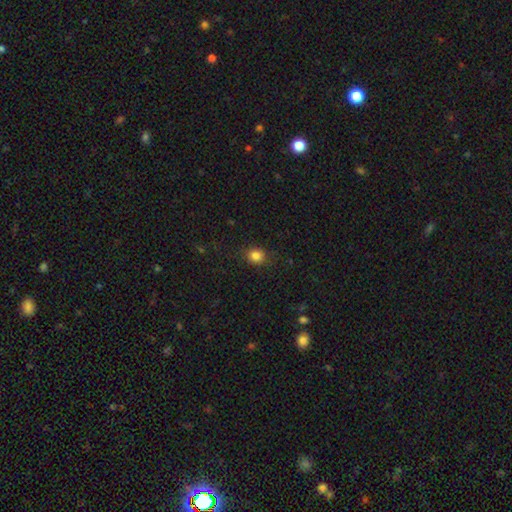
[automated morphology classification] Smooth or featured: smooth — 84% (star or artifact — 12%)
How rounded: round — 76% (in between — 23%)
Merging: none — 85% (minor disturbance — 11%)